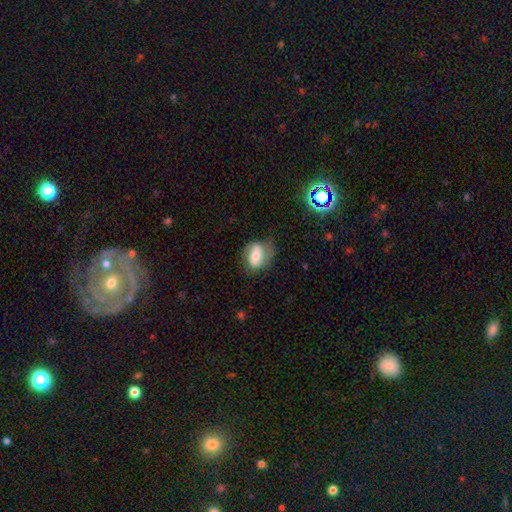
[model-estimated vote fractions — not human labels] Smooth or featured?
  - featured or disk: 58% *
  - smooth: 34%
  - star or artifact: 8%
Edge-on disk?
  - no: 95% *
  - yes: 5%
Bar?
  - weak: 36% *
  - strong: 34%
  - no: 30%
Spiral arms?
  - yes: 84% *
  - no: 16%
Bulge size?
  - moderate: 57% *
  - small: 30%
  - large: 9%
  - none: 2%
  - dominant: 2%
Merging?
  - none: 61% *
  - minor disturbance: 26%
  - major disturbance: 12%
  - merger: 2%